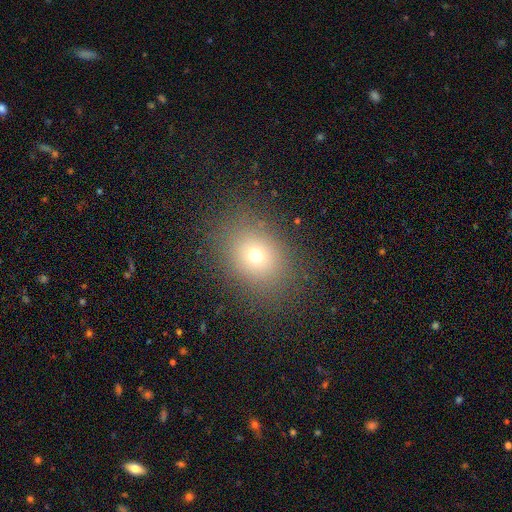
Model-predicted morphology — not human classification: smooth 69%, star or artifact 18%, featured or disk 12%. Down the decision tree: how rounded — in between (51%); merging — none (85%).